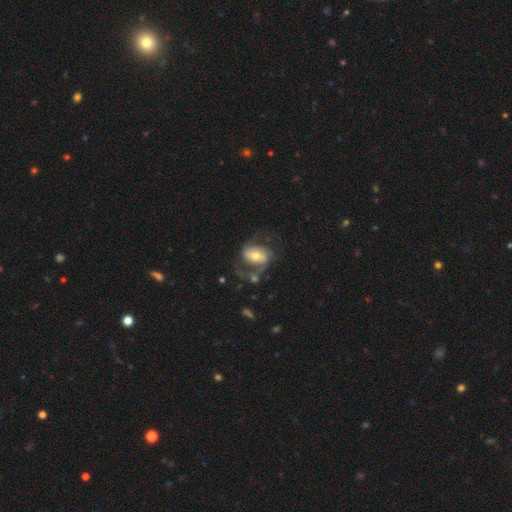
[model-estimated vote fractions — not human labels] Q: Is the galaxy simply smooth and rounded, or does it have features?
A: featured or disk — 67%.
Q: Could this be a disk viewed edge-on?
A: no — 96%.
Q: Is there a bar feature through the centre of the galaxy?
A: weak — 38%.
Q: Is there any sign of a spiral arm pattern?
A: yes — 85%.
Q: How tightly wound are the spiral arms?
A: medium — 45%.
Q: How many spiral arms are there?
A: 2 — 77%.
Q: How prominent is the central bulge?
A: moderate — 62%.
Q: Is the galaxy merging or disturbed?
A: none — 46%.